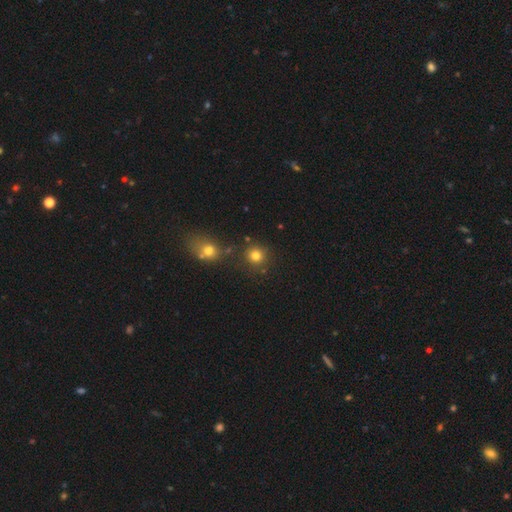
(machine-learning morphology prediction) Overall: smooth (78%). How rounded: round (90%). Merging: none (77%).